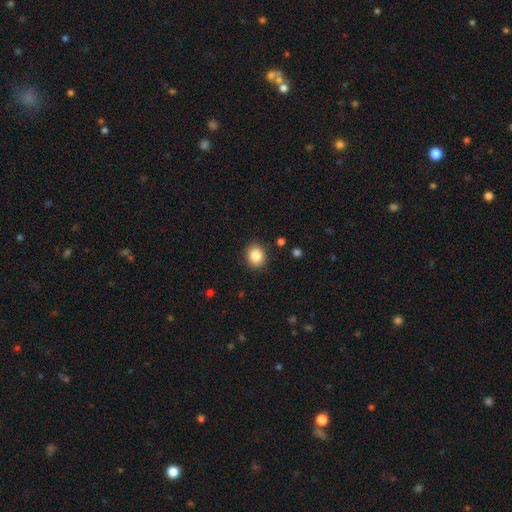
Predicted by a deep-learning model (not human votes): Smooth or featured: smooth — 86% (star or artifact — 9%)
How rounded: round — 64% (in between — 35%)
Merging: none — 89% (minor disturbance — 7%)